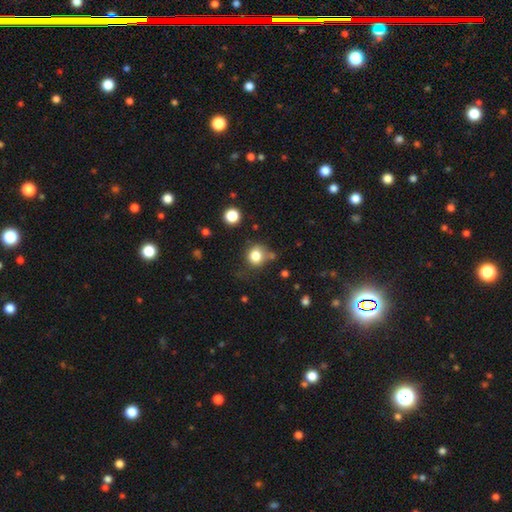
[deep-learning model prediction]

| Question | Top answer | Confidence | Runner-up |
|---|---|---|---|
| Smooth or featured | smooth | 81% | star or artifact (12%) |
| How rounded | round | 83% | in between (16%) |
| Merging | none | 65% | minor disturbance (20%) |